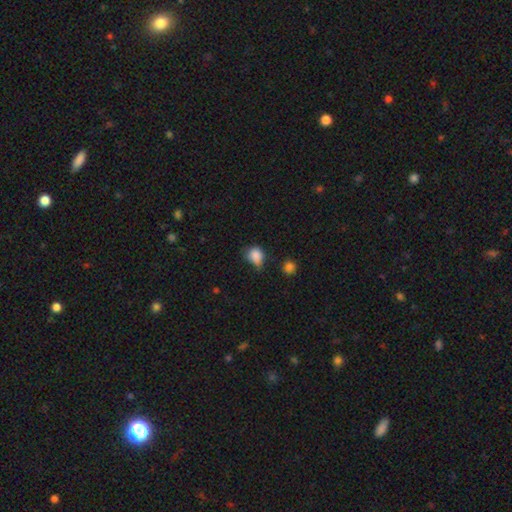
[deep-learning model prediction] Smooth or featured?
  - smooth: 83% *
  - star or artifact: 11%
  - featured or disk: 6%
How rounded?
  - round: 64% *
  - in between: 35%
  - cigar-shaped: 1%
Merging?
  - none: 43% *
  - minor disturbance: 39%
  - major disturbance: 13%
  - merger: 5%